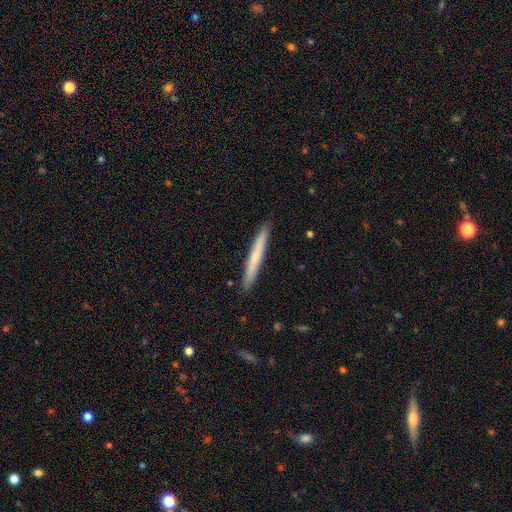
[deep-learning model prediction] A smooth galaxy with no disk features (60%) that is cigar-shaped (97%).

Vote fractions:
- Smooth or featured? smooth: 60% / featured or disk: 35% / star or artifact: 6%
- How rounded? cigar-shaped: 97% / in between: 2% / round: 1%
- Merging? none: 92% / minor disturbance: 6% / major disturbance: 1% / merger: 1%